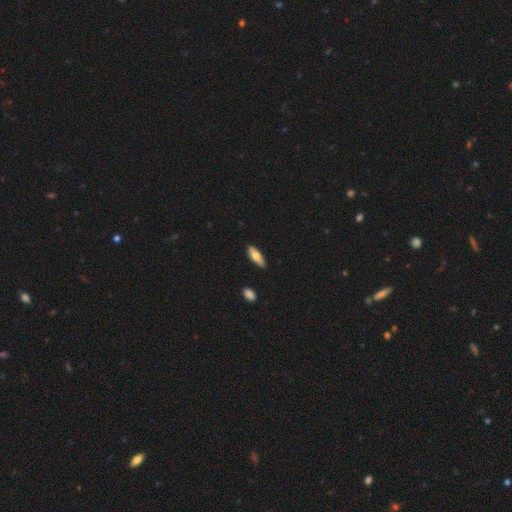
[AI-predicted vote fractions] Smooth or featured: smooth — 67% (featured or disk — 27%)
How rounded: in between — 63% (cigar-shaped — 34%)
Merging: none — 86% (minor disturbance — 10%)